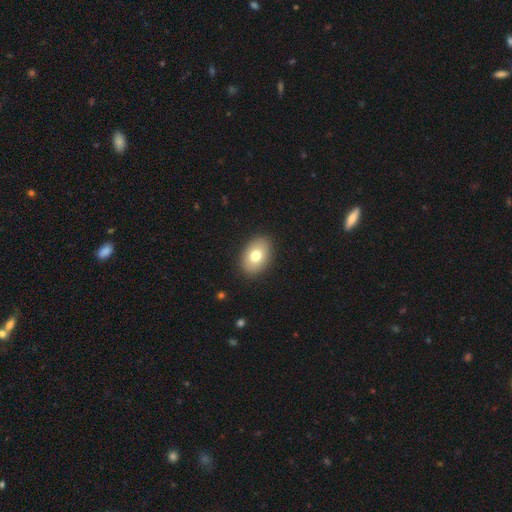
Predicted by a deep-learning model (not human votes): This appears to be a smooth galaxy with no disk features (76%) that is in between round and cigar-shaped (85%). Merging: none (89%).